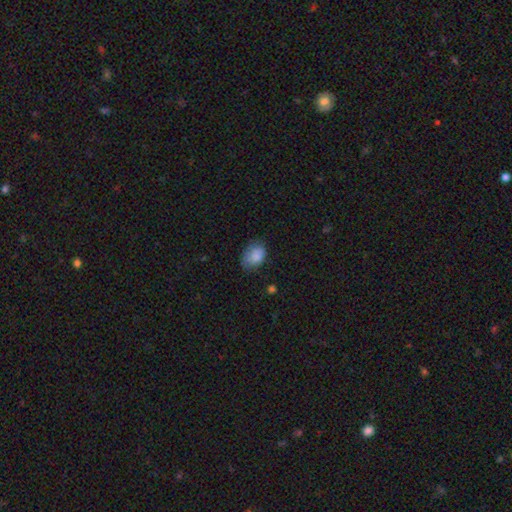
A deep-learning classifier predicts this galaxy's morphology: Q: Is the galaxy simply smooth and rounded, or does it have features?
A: smooth — 84%.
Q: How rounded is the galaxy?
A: in between — 76%.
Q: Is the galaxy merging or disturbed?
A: none — 59%.